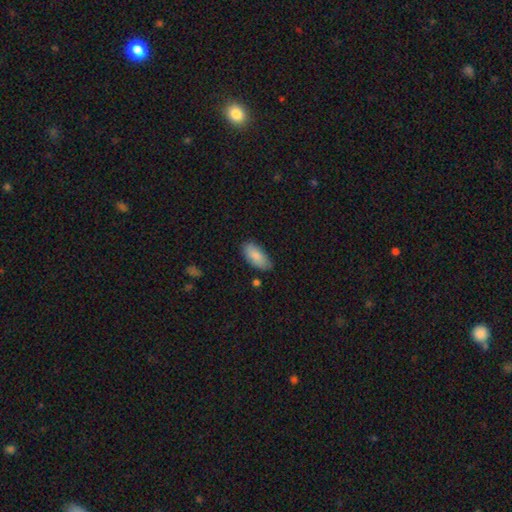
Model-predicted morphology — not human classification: smooth 86%, featured or disk 8%, star or artifact 6%. Down the decision tree: how rounded — in between (91%); merging — none (77%).